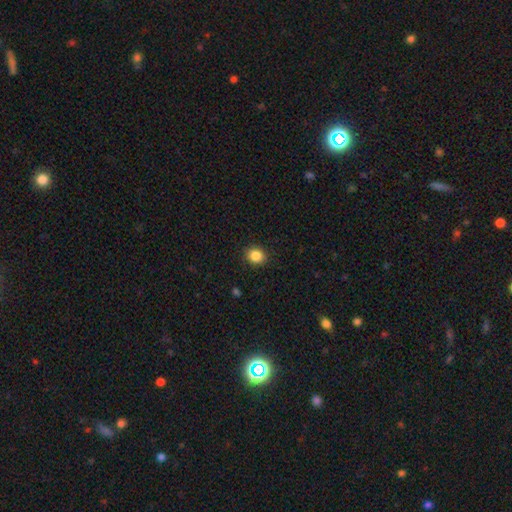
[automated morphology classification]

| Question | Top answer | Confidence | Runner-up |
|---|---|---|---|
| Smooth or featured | smooth | 86% | star or artifact (10%) |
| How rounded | round | 77% | in between (22%) |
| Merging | none | 90% | minor disturbance (7%) |